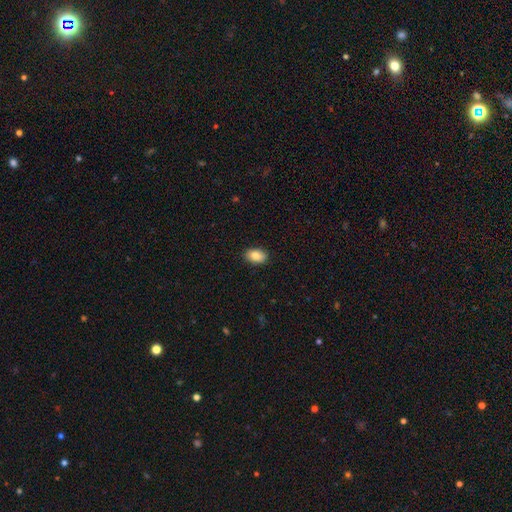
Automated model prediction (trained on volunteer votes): The model was most divided on "smooth or featured": smooth: 84%, featured or disk: 8%, star or artifact: 7%. More confident: merging — none (89%); how rounded — in between (88%).